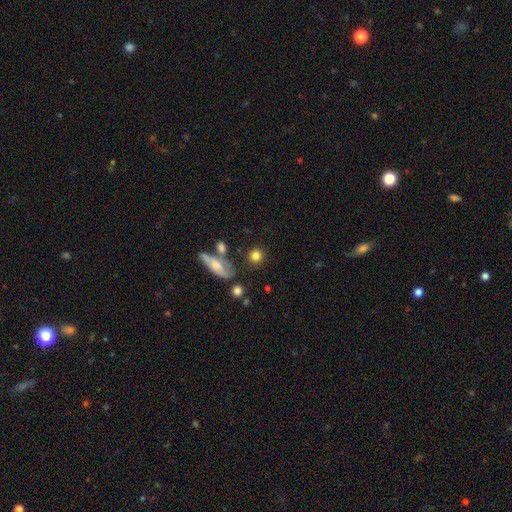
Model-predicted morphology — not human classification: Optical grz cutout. It shows a smooth galaxy with no disk features (80%) that is round (84%). Merging: none (75%).